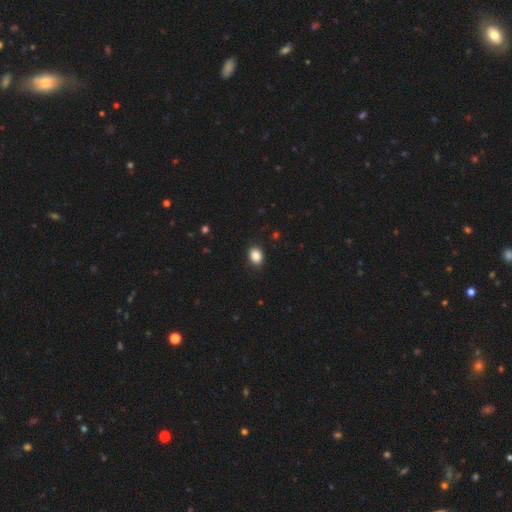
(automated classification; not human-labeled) Smooth or featured?
  - smooth: 87% *
  - star or artifact: 9%
  - featured or disk: 4%
How rounded?
  - in between: 60% *
  - round: 39%
  - cigar-shaped: 1%
Merging?
  - none: 89% *
  - minor disturbance: 8%
  - major disturbance: 2%
  - merger: 1%